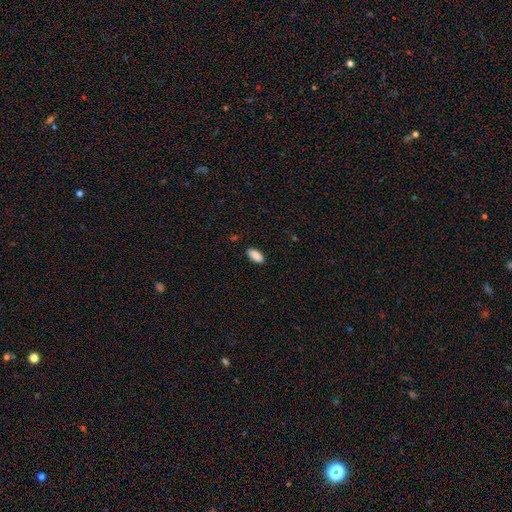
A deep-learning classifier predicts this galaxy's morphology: smooth_or_featured: smooth (p=0.90) [alt: star or artifact p=0.07]
how_rounded: in between (p=0.91) [alt: cigar-shaped p=0.07]
merging: none (p=0.88) [alt: minor disturbance p=0.09]